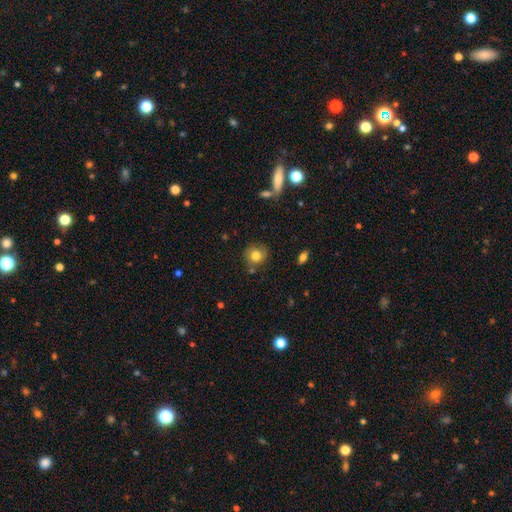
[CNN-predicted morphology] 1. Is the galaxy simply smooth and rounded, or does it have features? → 80% smooth, 10% star or artifact, 10% featured or disk.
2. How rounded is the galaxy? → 87% round, 12% in between, 1% cigar-shaped.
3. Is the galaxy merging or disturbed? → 80% none, 12% minor disturbance, 5% merger, 3% major disturbance.